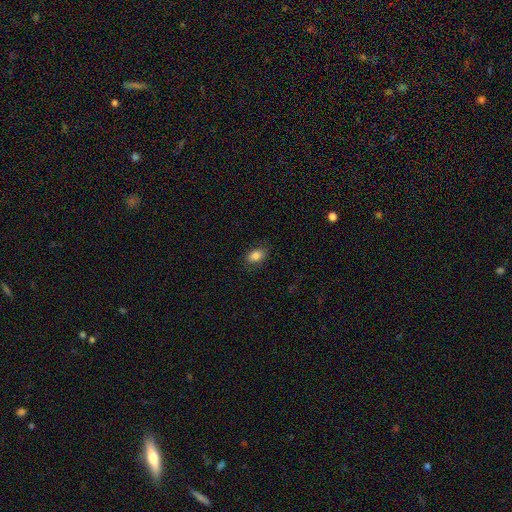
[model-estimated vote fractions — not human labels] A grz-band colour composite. It shows a smooth galaxy with no disk features (84%) that is in between round and cigar-shaped (86%). Merging: none (83%).